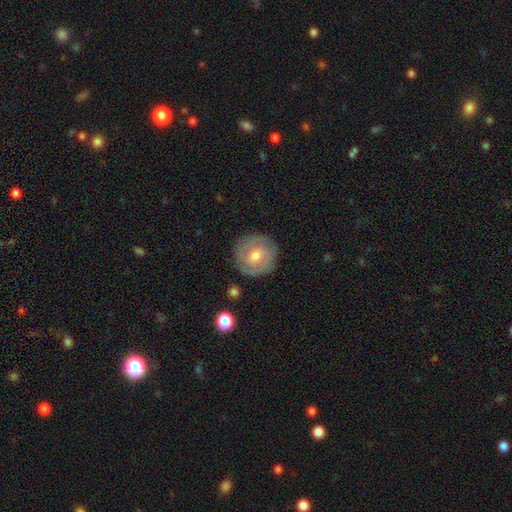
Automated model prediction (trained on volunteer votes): Morphology: type=featured or disk (60%); edge-on=no (96%); bar=no (49%); spiral arms=yes (71%); bulge=moderate (59%); merging=none (83%).